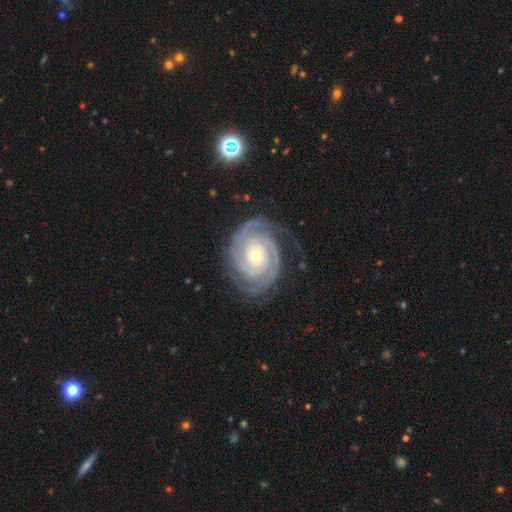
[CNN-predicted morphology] featured or disk 93%, star or artifact 4%, smooth 3%. Down the decision tree: edge-on disk — no (98%); bar — no (72%); spiral arms — yes (99%); spiral arm count — 2 (58%); spiral winding — tight (83%); bulge size — small (54%); merging — none (80%).